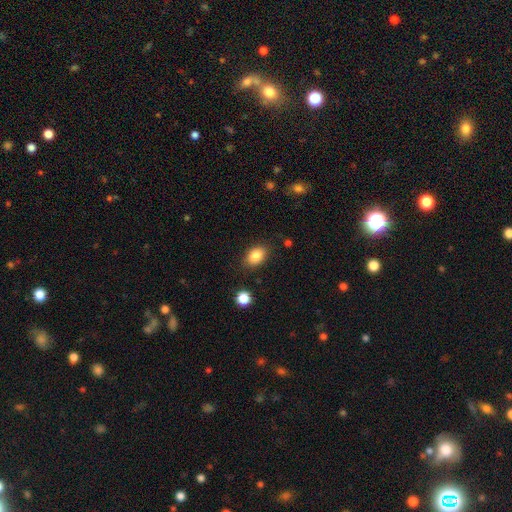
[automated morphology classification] Overall: smooth (85%). How rounded: in between (82%). Merging: none (84%).